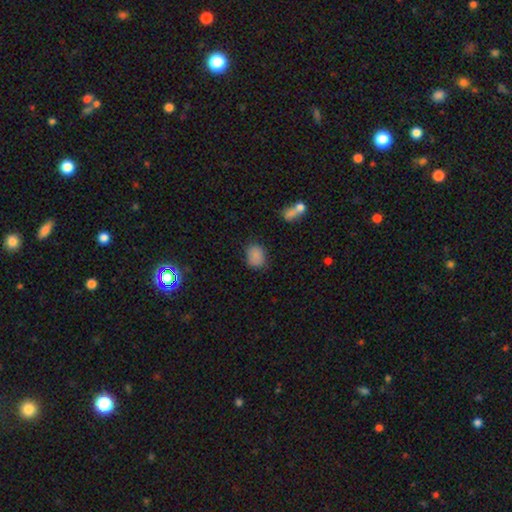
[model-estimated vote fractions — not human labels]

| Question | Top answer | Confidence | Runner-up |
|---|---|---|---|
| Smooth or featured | smooth | 85% | star or artifact (10%) |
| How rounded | in between | 62% | round (37%) |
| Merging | none | 76% | minor disturbance (17%) |